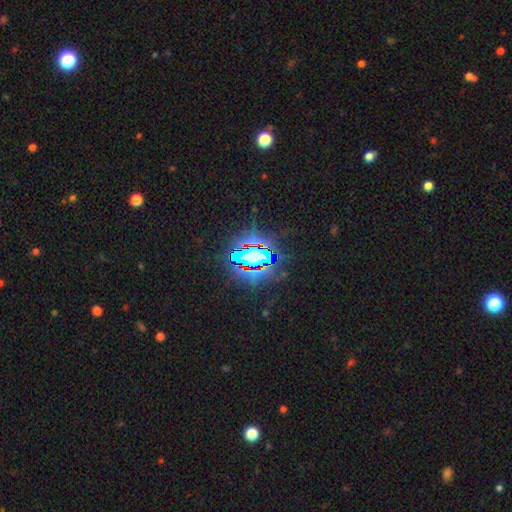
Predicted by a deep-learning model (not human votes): A star or artifact, not a galaxy (82%).